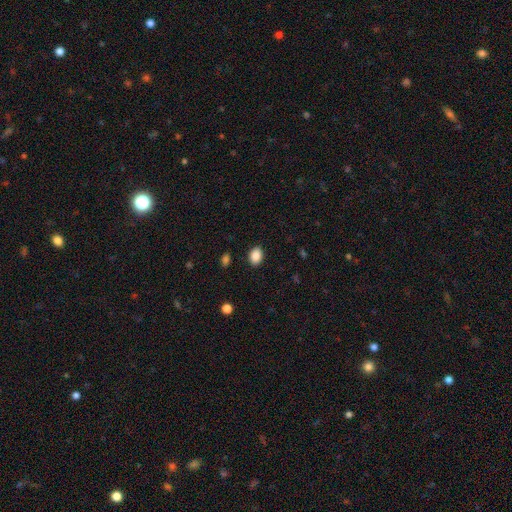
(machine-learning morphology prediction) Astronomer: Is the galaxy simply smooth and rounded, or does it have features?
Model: smooth — 88%.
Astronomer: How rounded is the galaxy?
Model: in between — 74%.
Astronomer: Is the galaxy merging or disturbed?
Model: none — 89%.